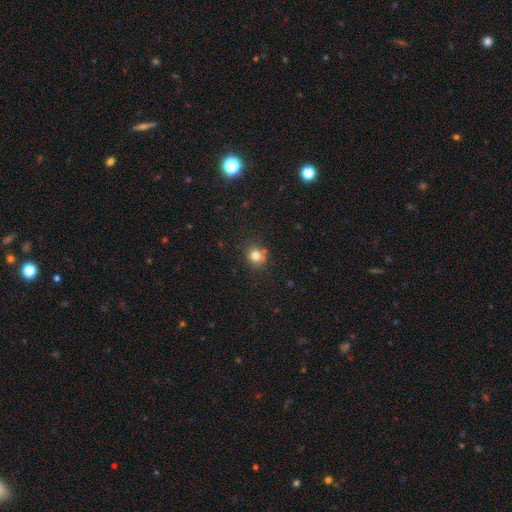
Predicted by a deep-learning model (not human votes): smooth 79%, star or artifact 13%, featured or disk 8%. Down the decision tree: how rounded — round (85%); merging — none (74%).